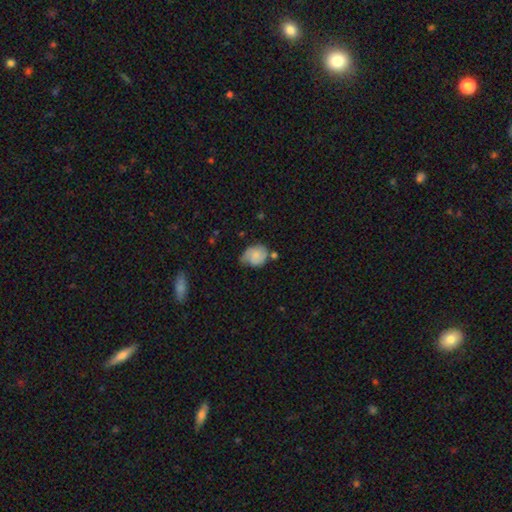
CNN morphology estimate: Smooth or featured? Predicted: smooth (p=0.59). How rounded? Predicted: in between (p=0.51). Merging? Predicted: none (p=0.44).